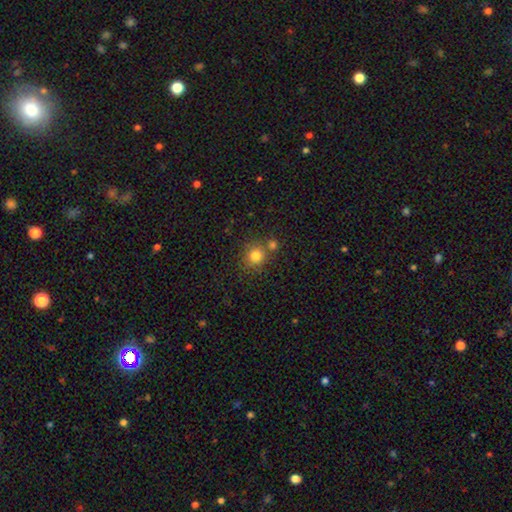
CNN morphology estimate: A smooth galaxy with no disk features (79%) that is round (89%).

Vote fractions:
- Smooth or featured? smooth: 79% / star or artifact: 13% / featured or disk: 7%
- How rounded? round: 89% / in between: 10% / cigar-shaped: 1%
- Merging? none: 70% / merger: 19% / minor disturbance: 9% / major disturbance: 3%